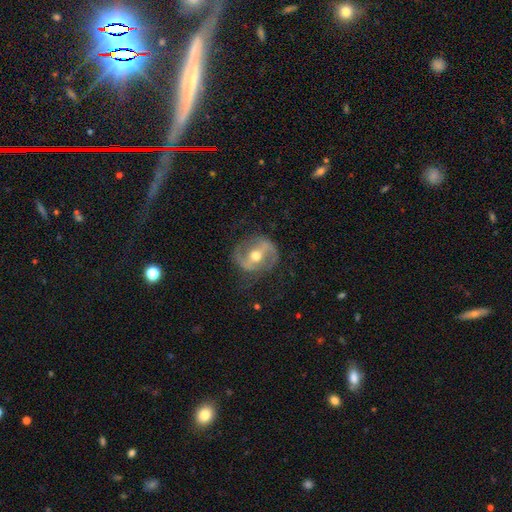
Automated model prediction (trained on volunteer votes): A featured or disk galaxy (82%) with a strong bar (54%), 2 (88%) medium (46%) spiral arms (79%) and a moderate central bulge (73%). Merging: none (74%).